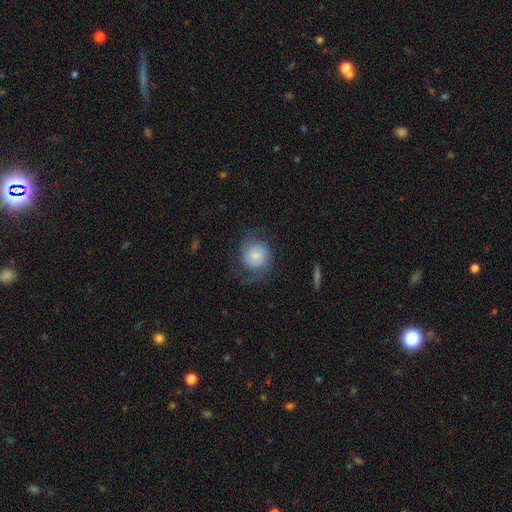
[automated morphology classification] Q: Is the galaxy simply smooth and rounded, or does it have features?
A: featured or disk — 51%.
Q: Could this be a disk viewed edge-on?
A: no — 97%.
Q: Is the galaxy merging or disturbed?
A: none — 66%.